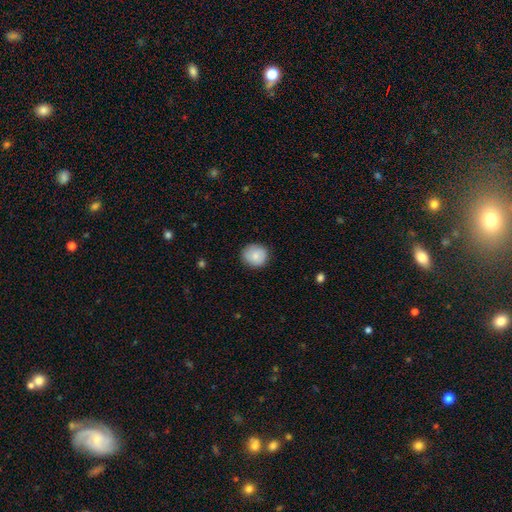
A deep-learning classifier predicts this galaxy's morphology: The model was most divided on "smooth or featured": smooth: 81%, featured or disk: 11%, star or artifact: 7%. More confident: how rounded — round (86%); merging — none (85%).